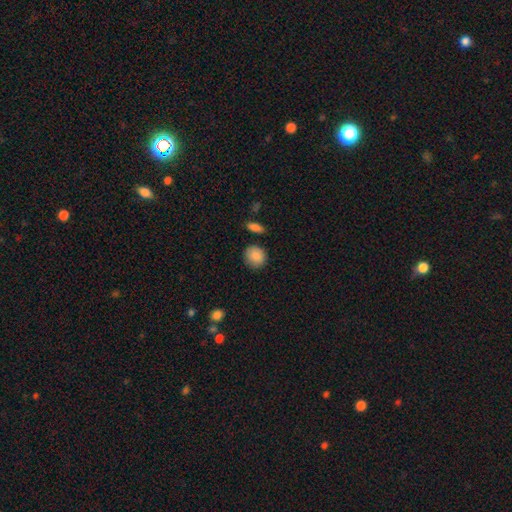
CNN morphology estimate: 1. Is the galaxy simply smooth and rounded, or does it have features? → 88% smooth, 7% star or artifact, 4% featured or disk.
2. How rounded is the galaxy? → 83% round, 16% in between, 1% cigar-shaped.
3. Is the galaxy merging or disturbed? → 82% none, 12% minor disturbance, 3% merger, 3% major disturbance.